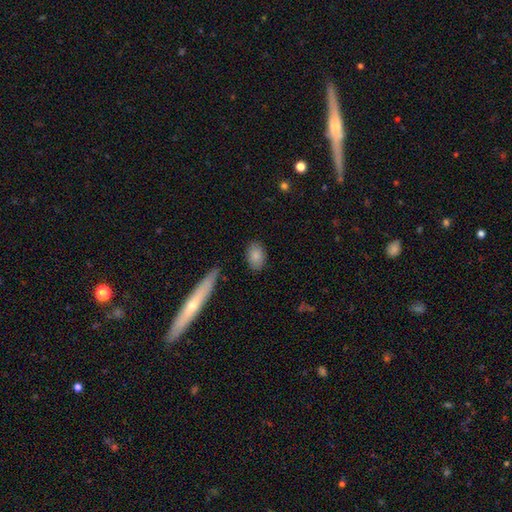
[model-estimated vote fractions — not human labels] Q: Smooth or featured?
A: smooth (85%); runner-up: featured or disk (8%)
Q: How rounded?
A: in between (88%); runner-up: round (10%)
Q: Merging?
A: none (84%); runner-up: minor disturbance (11%)